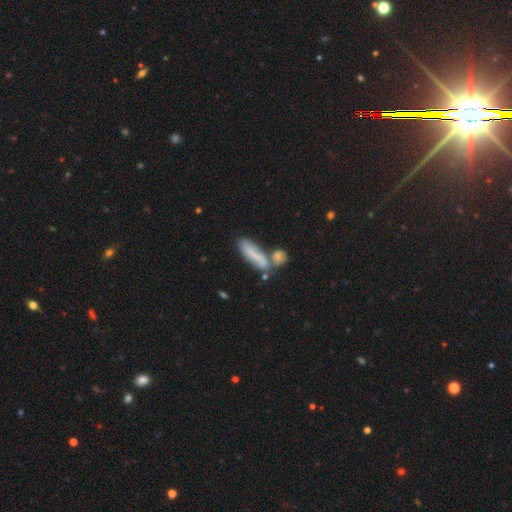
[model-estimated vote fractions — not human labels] This is likely a smooth galaxy (70%). How rounded: likely cigar-shaped (60%). Merging: marginally merger (39%, tied with none).